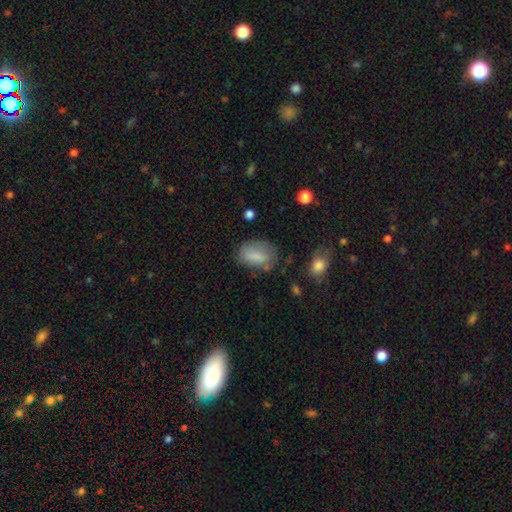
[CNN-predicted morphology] A smooth galaxy with no disk features (80%) that is in between round and cigar-shaped (85%).

Vote fractions:
- Smooth or featured? smooth: 80% / featured or disk: 12% / star or artifact: 8%
- How rounded? in between: 85% / round: 12% / cigar-shaped: 3%
- Merging? none: 61% / minor disturbance: 25% / major disturbance: 10% / merger: 4%